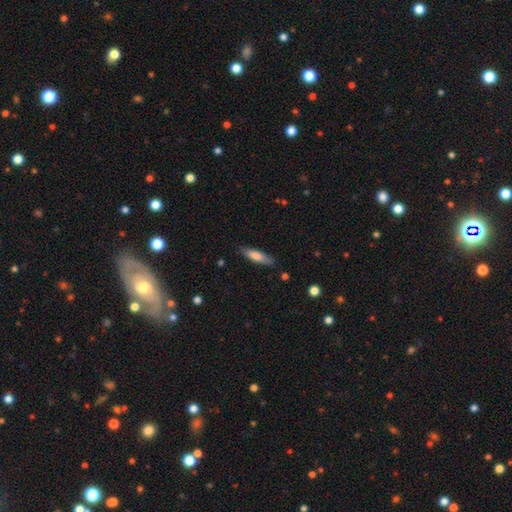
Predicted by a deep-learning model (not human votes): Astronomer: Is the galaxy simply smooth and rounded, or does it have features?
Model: smooth — 73%.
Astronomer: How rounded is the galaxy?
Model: cigar-shaped — 69%.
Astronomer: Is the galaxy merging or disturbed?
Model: none — 83%.